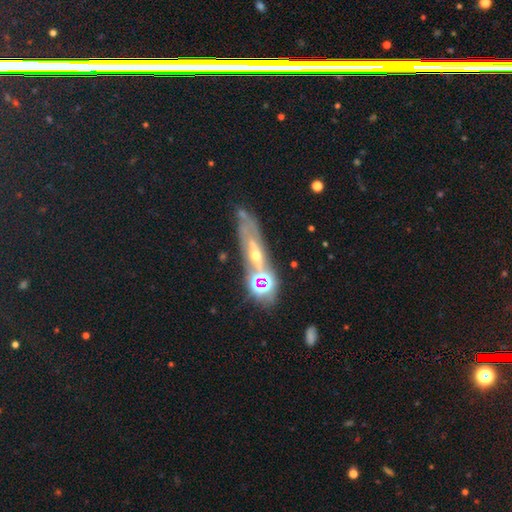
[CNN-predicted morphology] smooth-or-featured: featured or disk: 47% | star or artifact: 28% | smooth: 24%
  merging: none: 56% | minor disturbance: 20% | merger: 12% | major disturbance: 12%